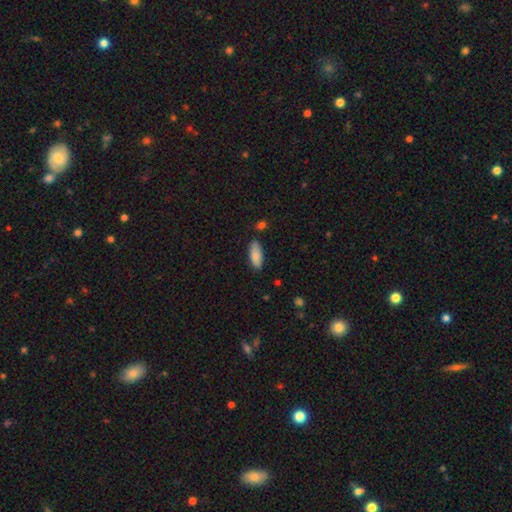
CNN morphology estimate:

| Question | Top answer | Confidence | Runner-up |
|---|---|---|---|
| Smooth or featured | smooth | 88% | star or artifact (6%) |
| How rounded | in between | 81% | cigar-shaped (17%) |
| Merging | none | 82% | minor disturbance (13%) |